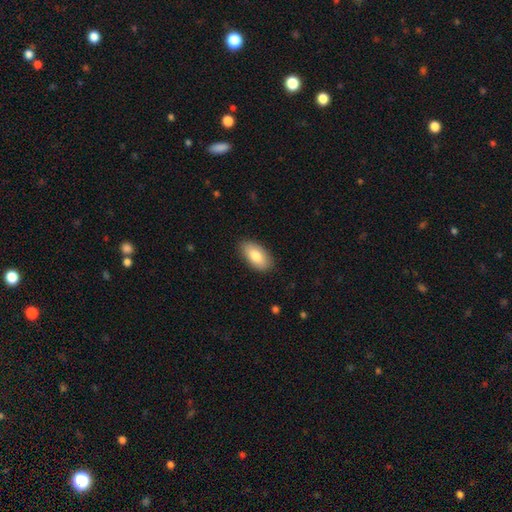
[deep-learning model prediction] Q: Smooth or featured?
A: smooth (82%); runner-up: featured or disk (12%)
Q: How rounded?
A: in between (94%); runner-up: cigar-shaped (4%)
Q: Merging?
A: none (87%); runner-up: minor disturbance (10%)